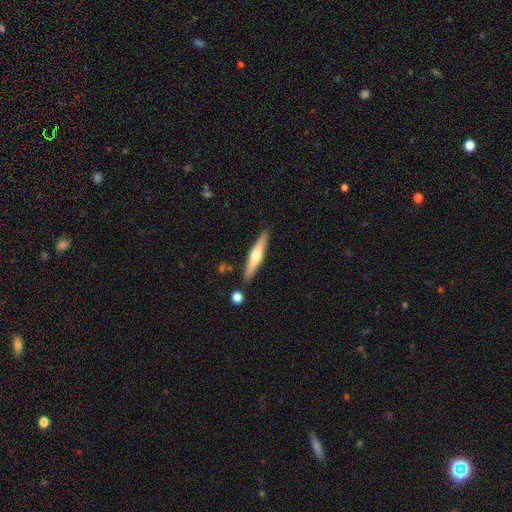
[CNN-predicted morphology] This is possibly a featured or disk galaxy (48%). Merging: clearly none (86%).